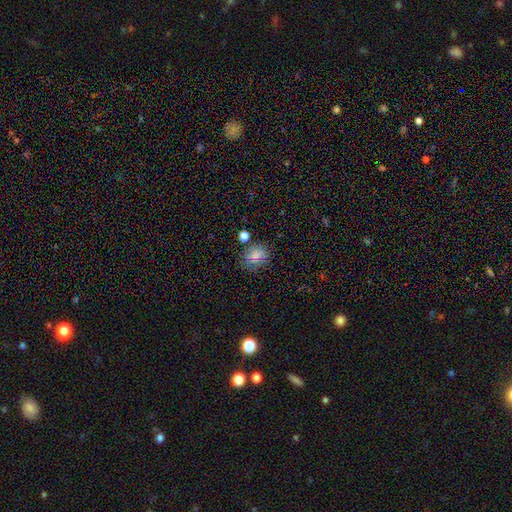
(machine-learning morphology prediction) smooth 72%, star or artifact 20%, featured or disk 8%. Down the decision tree: how rounded — round (57%); merging — none (77%).